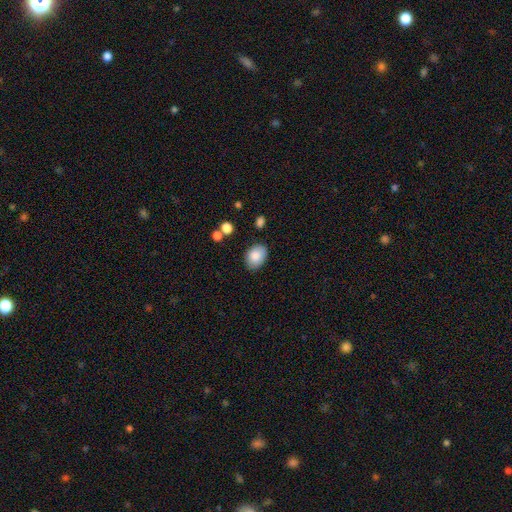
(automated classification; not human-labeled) Smooth or featured? Predicted: smooth (p=0.86). How rounded? Predicted: in between (p=0.77). Merging? Predicted: none (p=0.82).